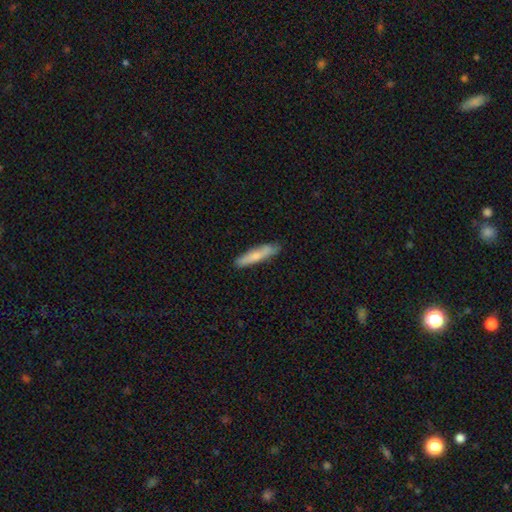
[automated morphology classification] This appears to be a smooth galaxy with no disk features (71%) that is cigar-shaped (86%). Merging: none (82%).